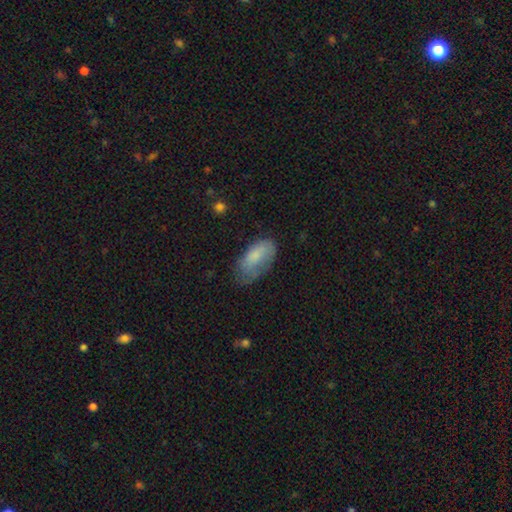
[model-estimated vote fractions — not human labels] Smooth or featured? Predicted: smooth (p=0.76). How rounded? Predicted: in between (p=0.92). Merging? Predicted: none (p=0.47).